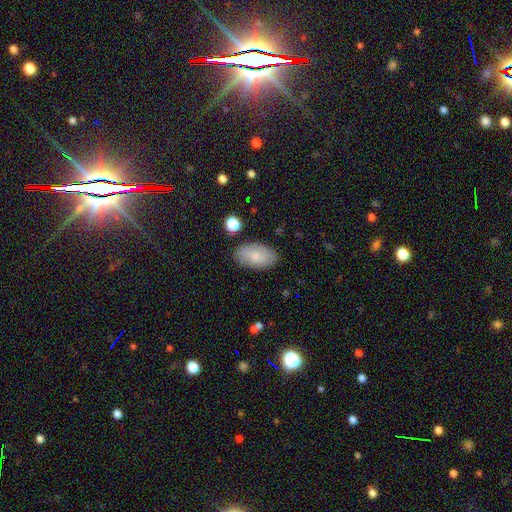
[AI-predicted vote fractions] A smooth galaxy with no disk features (77%) that is in between round and cigar-shaped (94%).

Vote fractions:
- Smooth or featured? smooth: 77% / featured or disk: 17% / star or artifact: 7%
- How rounded? in between: 94% / round: 4% / cigar-shaped: 2%
- Merging? none: 84% / minor disturbance: 12% / major disturbance: 3% / merger: 2%